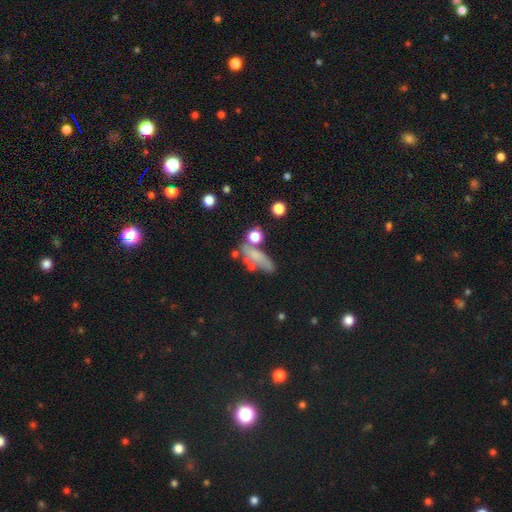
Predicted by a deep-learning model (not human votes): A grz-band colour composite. It shows a smooth galaxy with no disk features (59%) that is in between round and cigar-shaped (52%). Merging: none (42%).